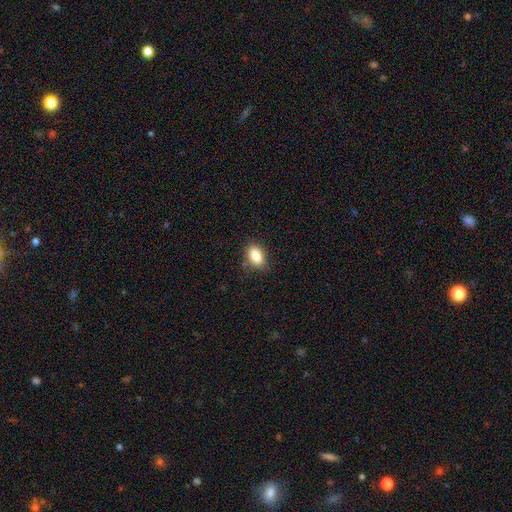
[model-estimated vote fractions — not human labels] Smooth or featured? smooth (85%)
How rounded? in between (87%)
Merging? none (81%)